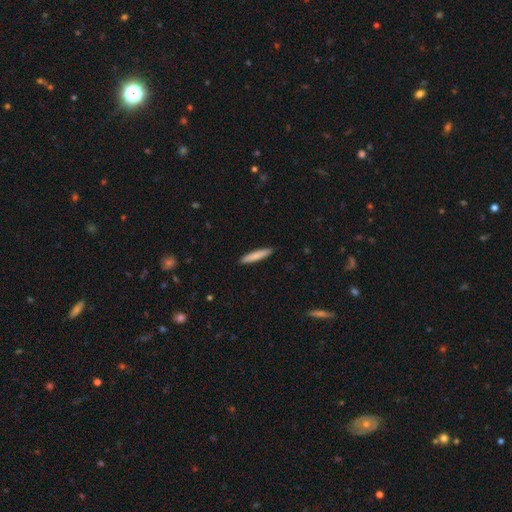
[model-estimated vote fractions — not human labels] Q: Smooth or featured?
A: smooth (81%); runner-up: featured or disk (14%)
Q: How rounded?
A: cigar-shaped (92%); runner-up: in between (7%)
Q: Merging?
A: none (92%); runner-up: minor disturbance (6%)